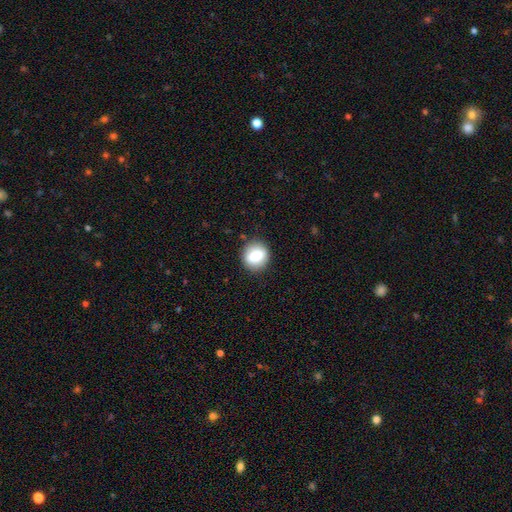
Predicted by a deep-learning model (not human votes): This appears to be a smooth galaxy with no disk features (76%) that is round (82%). Merging: none (88%).